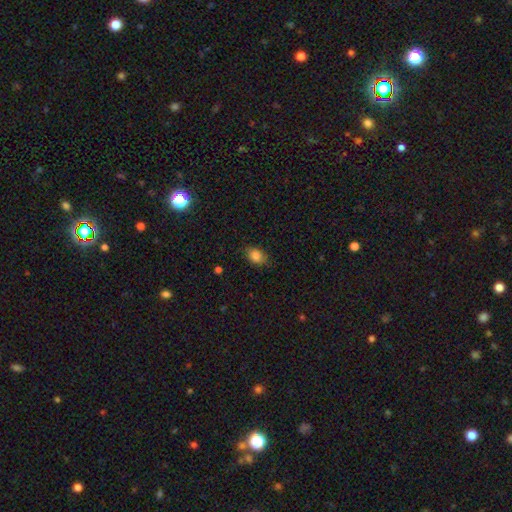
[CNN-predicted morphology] This is clearly a smooth galaxy (83%). How rounded: likely in between (77%). Merging: clearly none (81%).